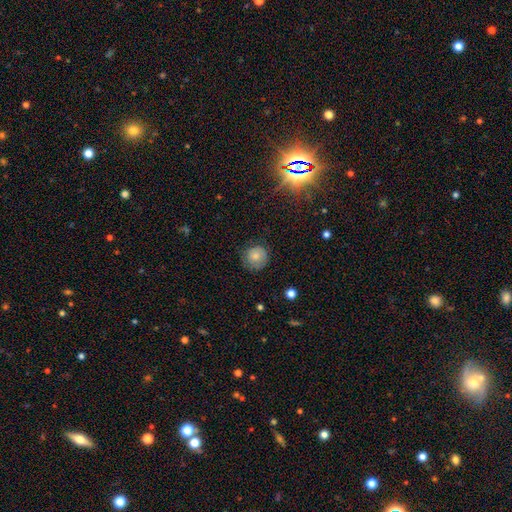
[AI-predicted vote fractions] Overall: smooth (77%). How rounded: round (91%). Merging: none (75%).